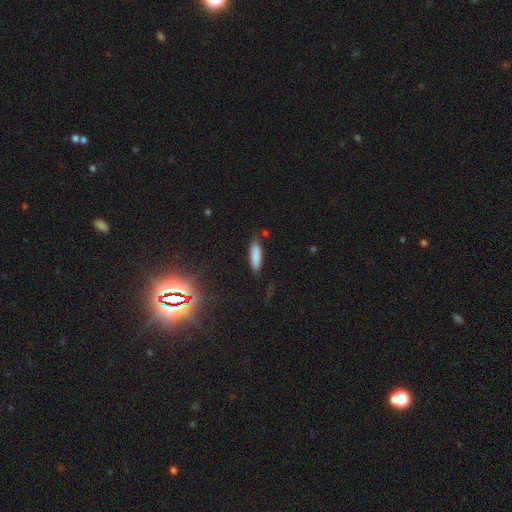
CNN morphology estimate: Smooth or featured: smooth — 82% (featured or disk — 10%)
How rounded: cigar-shaped — 64% (in between — 34%)
Merging: none — 76% (minor disturbance — 17%)